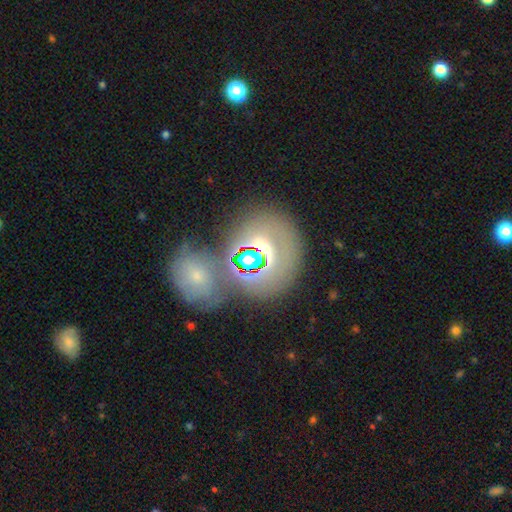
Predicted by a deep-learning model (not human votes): Smooth or featured? smooth (44%)
Merging? none (54%)